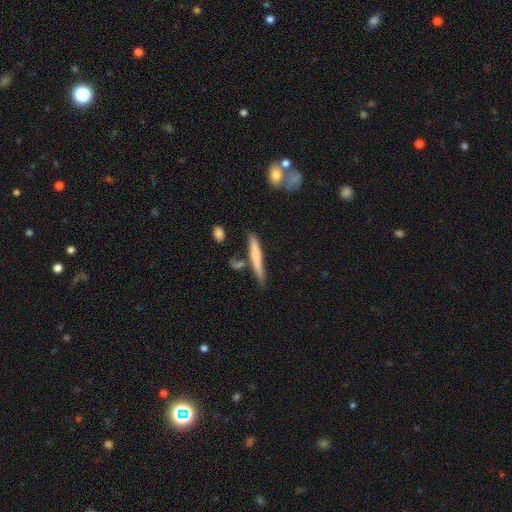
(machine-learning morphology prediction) Overall: smooth (61%; featured or disk 32%). How rounded: cigar-shaped (93%). Merging: none (68%).